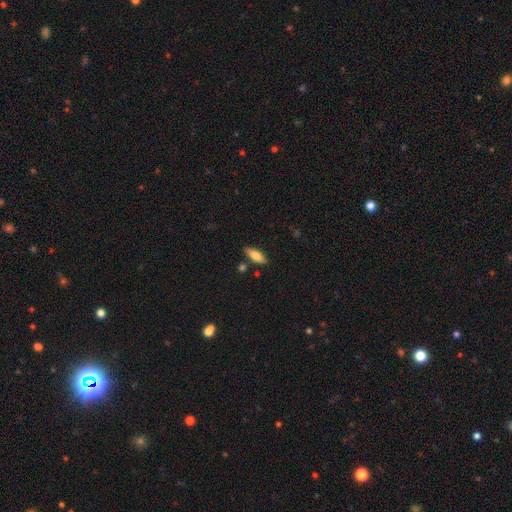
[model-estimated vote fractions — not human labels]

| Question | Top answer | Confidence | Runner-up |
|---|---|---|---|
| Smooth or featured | smooth | 73% | featured or disk (20%) |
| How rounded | in between | 63% | cigar-shaped (35%) |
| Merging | none | 82% | minor disturbance (12%) |